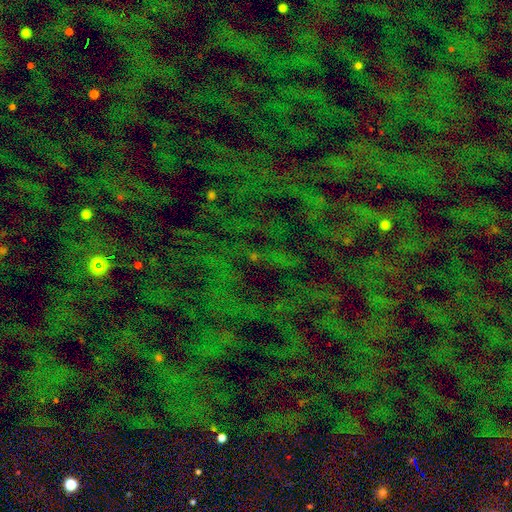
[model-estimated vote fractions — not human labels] A star or artifact, not a galaxy (72%).

Vote fractions:
- Smooth or featured? star or artifact: 72% / smooth: 19% / featured or disk: 9%